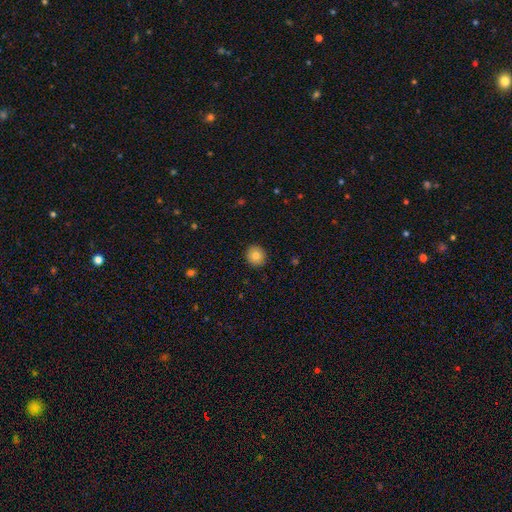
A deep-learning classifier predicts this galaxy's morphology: smooth 83%, star or artifact 9%, featured or disk 8%. Down the decision tree: how rounded — round (87%); merging — none (91%).